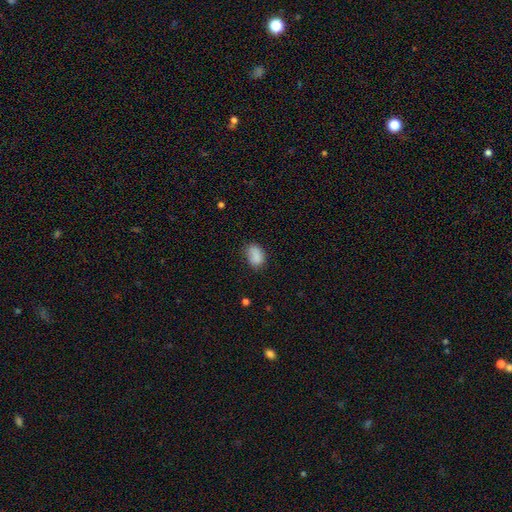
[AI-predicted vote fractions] Overall: smooth (85%). How rounded: in between (77%). Merging: none (67%).